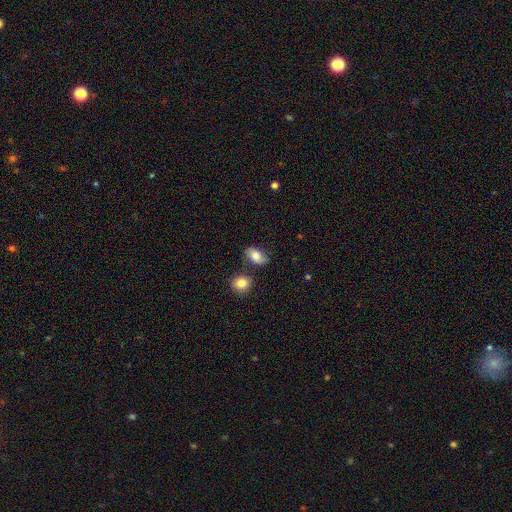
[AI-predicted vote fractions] Smooth or featured?
  - smooth: 76% *
  - featured or disk: 16%
  - star or artifact: 8%
How rounded?
  - in between: 88% *
  - round: 10%
  - cigar-shaped: 2%
Merging?
  - none: 71% *
  - minor disturbance: 18%
  - merger: 7%
  - major disturbance: 4%